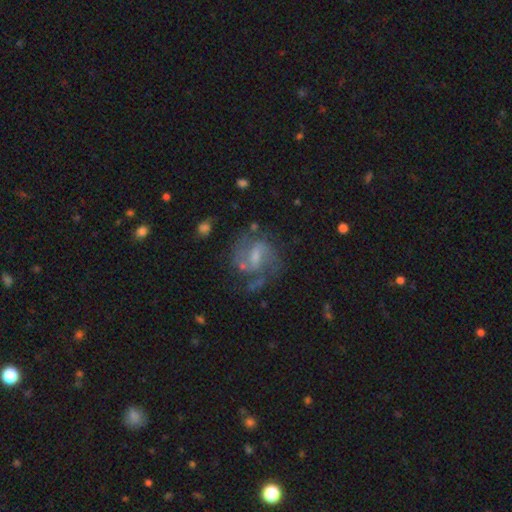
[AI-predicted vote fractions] The model was most divided on "bulge size": small: 42%, moderate: 37%, none: 15%, large: 5%, dominant: 1%. More confident: edge-on disk — no (97%); spiral arms — yes (88%); smooth or featured — featured or disk (75%); spiral arm count — 2 (71%); merging — none (57%); bar — weak (56%); spiral winding — medium (53%).